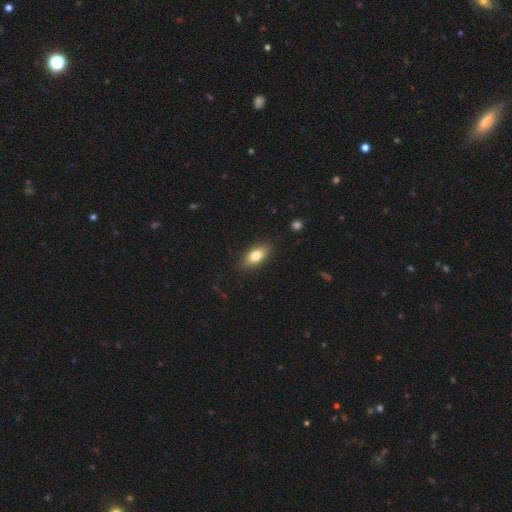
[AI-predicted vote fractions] Q: Smooth or featured?
A: smooth (77%); runner-up: featured or disk (16%)
Q: How rounded?
A: in between (84%); runner-up: cigar-shaped (10%)
Q: Merging?
A: none (86%); runner-up: minor disturbance (10%)